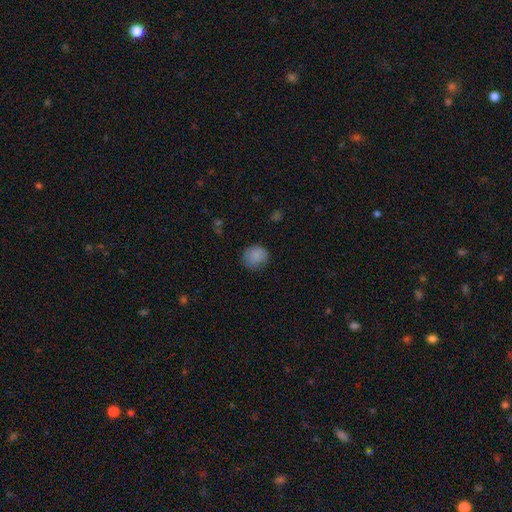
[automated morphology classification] Smooth or featured: smooth — 86% (star or artifact — 9%)
How rounded: round — 80% (in between — 19%)
Merging: none — 77% (minor disturbance — 18%)